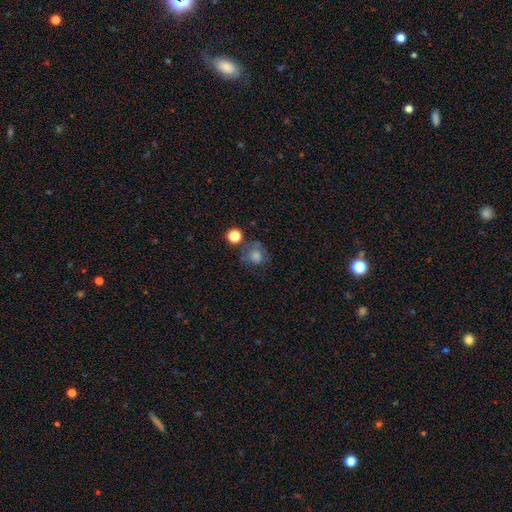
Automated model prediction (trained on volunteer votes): Smooth or featured?
  - smooth: 61% *
  - featured or disk: 20%
  - star or artifact: 18%
How rounded?
  - round: 80% *
  - in between: 19%
  - cigar-shaped: 1%
Merging?
  - none: 57% *
  - minor disturbance: 20%
  - major disturbance: 13%
  - merger: 10%